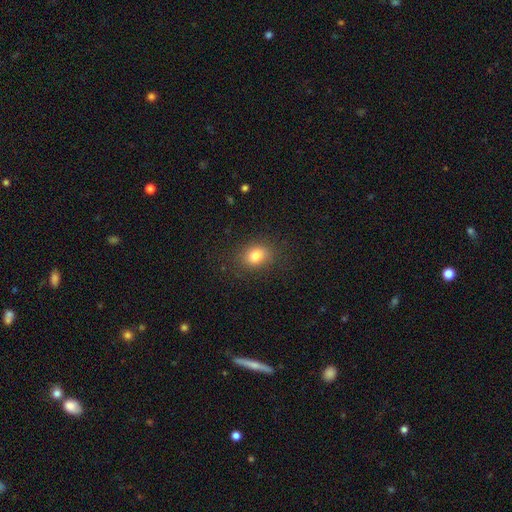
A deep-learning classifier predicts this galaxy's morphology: smooth 80%, star or artifact 11%, featured or disk 8%. Down the decision tree: how rounded — in between (55%); merging — none (83%).